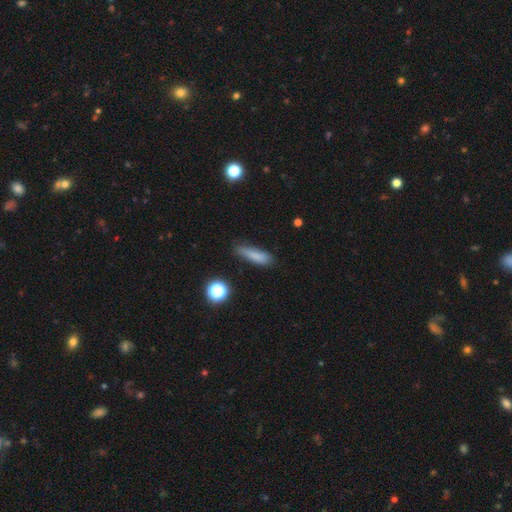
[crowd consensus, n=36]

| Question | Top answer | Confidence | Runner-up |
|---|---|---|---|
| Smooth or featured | smooth | 86% | featured or disk (8%) |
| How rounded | cigar-shaped | 65% | in between (29%) |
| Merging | none | 74% | minor disturbance (21%) |